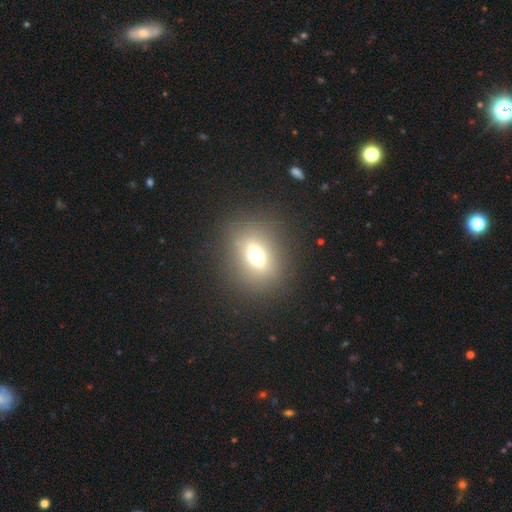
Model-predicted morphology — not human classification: Overall: smooth (54%; featured or disk 26%). How rounded: in between (52%; round 42%). Merging: none (88%).